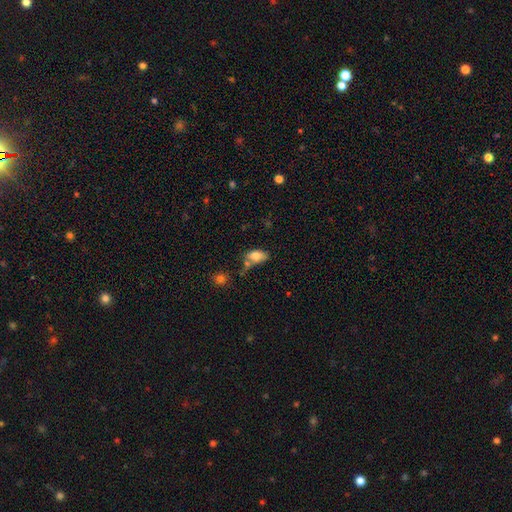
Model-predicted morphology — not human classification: Overall: smooth (77%). How rounded: in between (90%). Merging: none (47%; merger 23%).